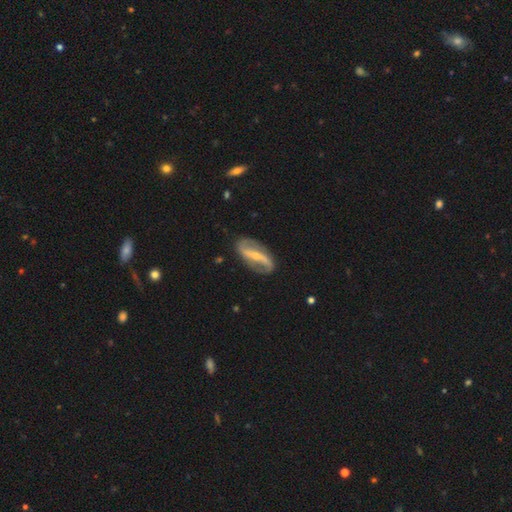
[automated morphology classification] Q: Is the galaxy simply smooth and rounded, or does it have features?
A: featured or disk — 86%.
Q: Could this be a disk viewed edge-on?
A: no — 91%.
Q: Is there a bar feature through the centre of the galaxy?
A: strong — 66%.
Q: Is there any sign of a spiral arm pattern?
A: yes — 90%.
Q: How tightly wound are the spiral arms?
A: loose — 57%.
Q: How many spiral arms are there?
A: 2 — 92%.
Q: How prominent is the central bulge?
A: small — 63%.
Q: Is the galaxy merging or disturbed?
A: none — 83%.